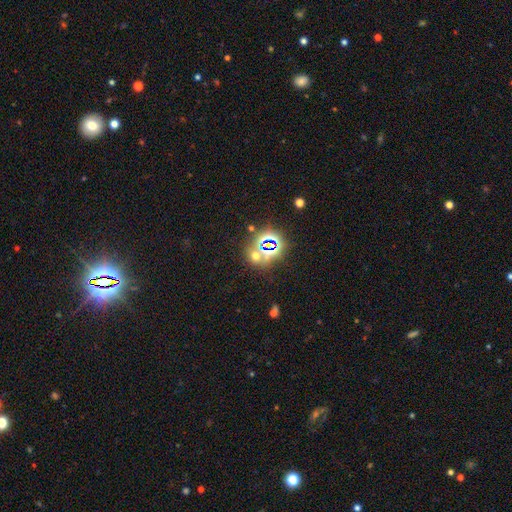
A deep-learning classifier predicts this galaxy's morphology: Q: Smooth or featured?
A: star or artifact (62%); runner-up: smooth (29%)